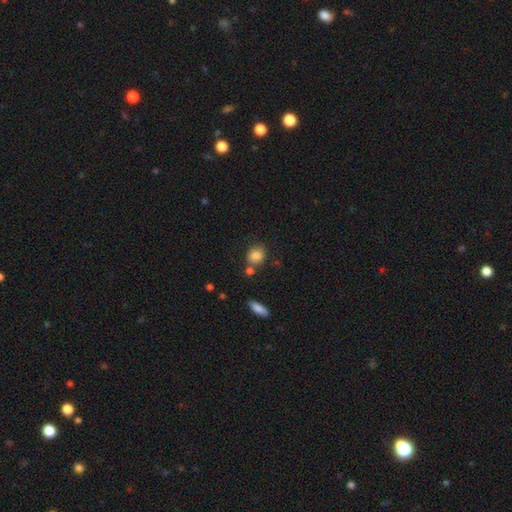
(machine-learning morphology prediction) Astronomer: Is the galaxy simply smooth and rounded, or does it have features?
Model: smooth — 84%.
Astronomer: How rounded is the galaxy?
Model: round — 52% (runner-up: in between, 46%).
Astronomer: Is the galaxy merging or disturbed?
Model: none — 64%.